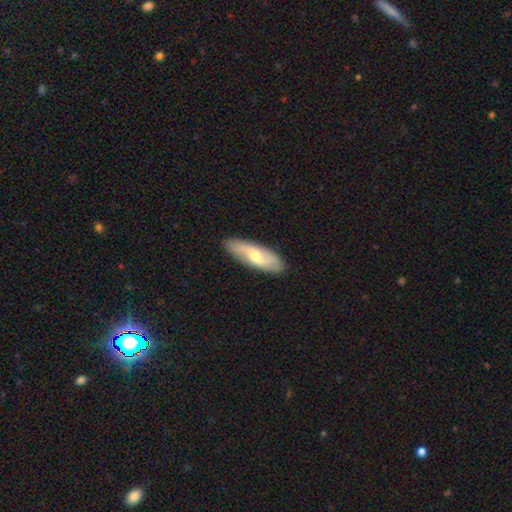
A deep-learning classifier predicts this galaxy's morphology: Smooth or featured? featured or disk (50%)
Edge-on disk? no (77%)
Merging? none (87%)